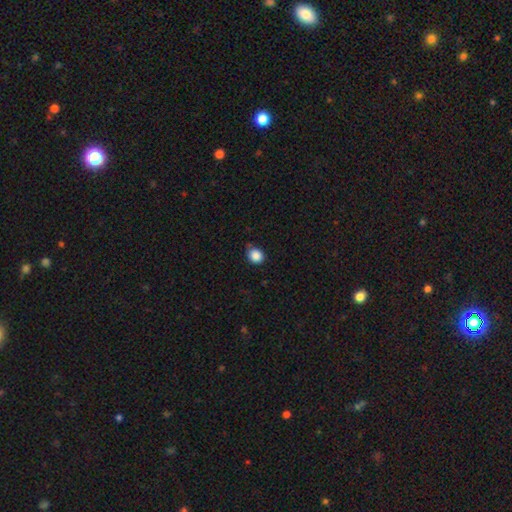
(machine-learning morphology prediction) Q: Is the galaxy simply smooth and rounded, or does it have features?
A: smooth — 87%.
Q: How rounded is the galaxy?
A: round — 71%.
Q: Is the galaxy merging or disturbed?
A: none — 74%.